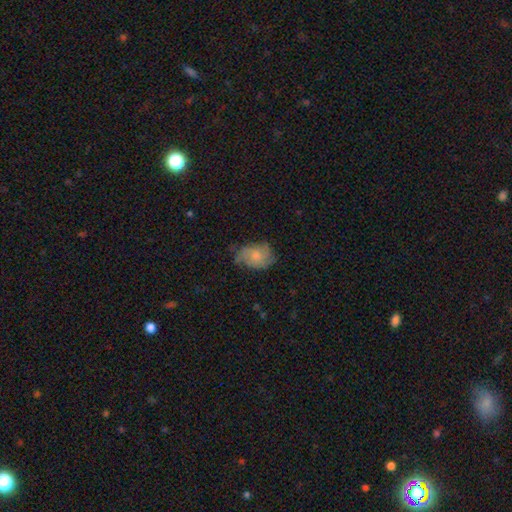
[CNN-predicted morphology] A smooth galaxy with no disk features (56%) that is in between round and cigar-shaped (78%). Merging: none (50%).